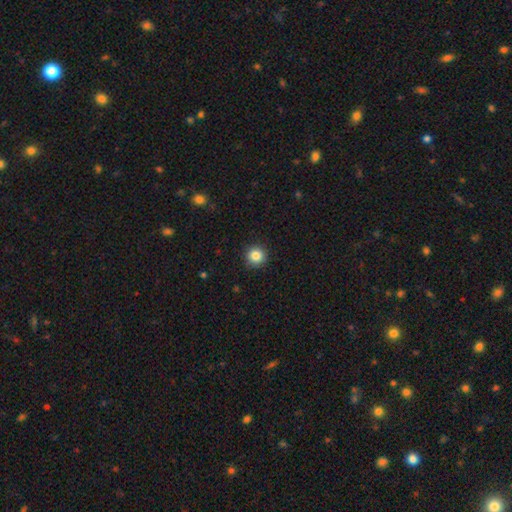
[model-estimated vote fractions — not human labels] Smooth or featured?
  - smooth: 84% *
  - star or artifact: 10%
  - featured or disk: 5%
How rounded?
  - round: 94% *
  - in between: 5%
  - cigar-shaped: 1%
Merging?
  - none: 90% *
  - minor disturbance: 7%
  - major disturbance: 2%
  - merger: 1%